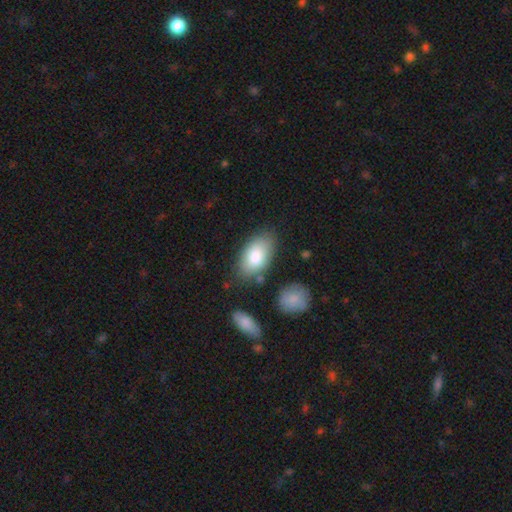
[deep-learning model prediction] smooth_or_featured: smooth (p=0.82) [alt: featured or disk p=0.12]
how_rounded: in between (p=0.93) [alt: round p=0.05]
merging: none (p=0.75) [alt: minor disturbance p=0.15]